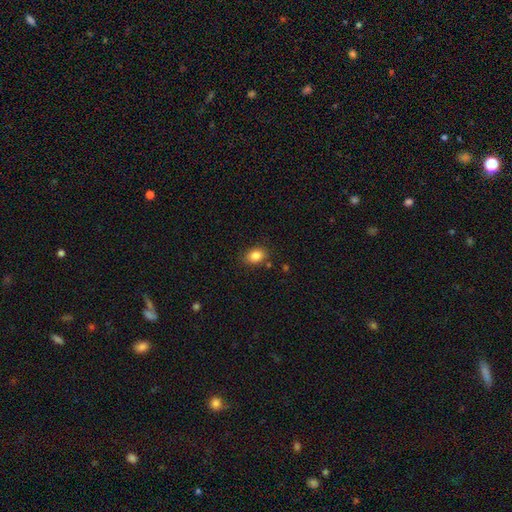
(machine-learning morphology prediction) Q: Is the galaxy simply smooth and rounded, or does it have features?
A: smooth — 85%.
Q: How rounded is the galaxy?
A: in between — 73%.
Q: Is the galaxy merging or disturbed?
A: none — 81%.